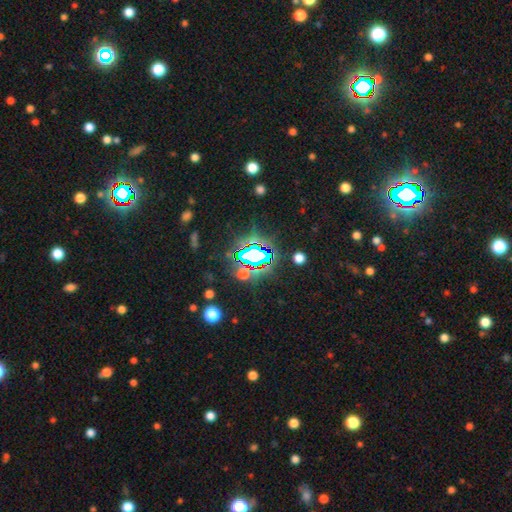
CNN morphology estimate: smooth-or-featured: star or artifact: 74% | smooth: 15% | featured or disk: 11%